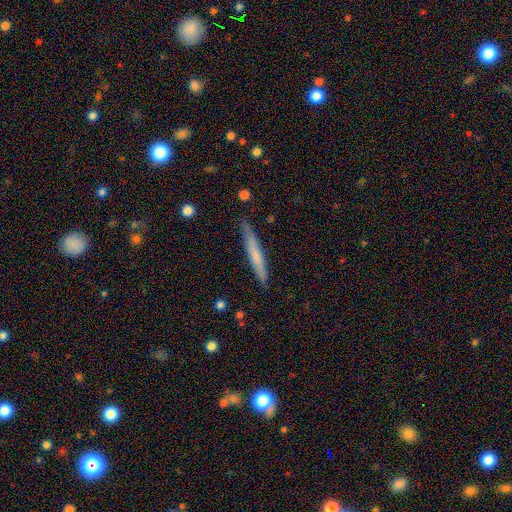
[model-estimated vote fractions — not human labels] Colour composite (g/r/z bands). It shows a smooth galaxy with no disk features (61%) that is cigar-shaped (95%). Merging: none (85%).